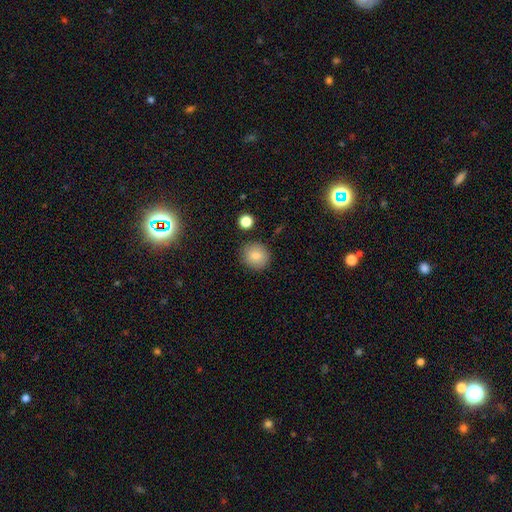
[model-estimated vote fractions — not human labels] Smooth or featured? Predicted: smooth (p=0.84). How rounded? Predicted: round (p=0.86). Merging? Predicted: none (p=0.86).